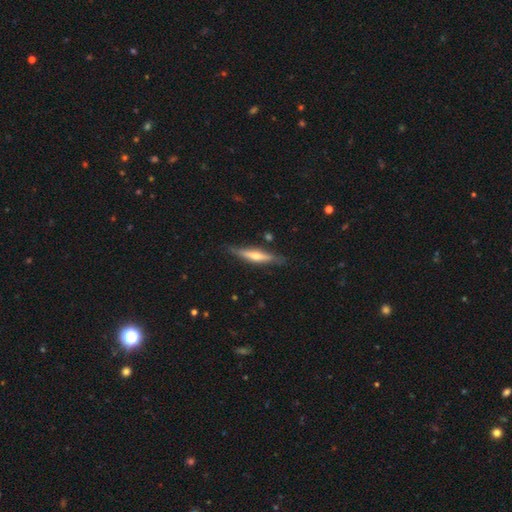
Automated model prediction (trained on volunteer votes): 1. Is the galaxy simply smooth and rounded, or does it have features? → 62% featured or disk, 32% smooth, 6% star or artifact.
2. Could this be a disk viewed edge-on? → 95% yes, 5% no.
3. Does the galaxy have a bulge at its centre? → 80% rounded, 12% none, 8% boxy.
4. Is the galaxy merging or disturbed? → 84% none, 12% minor disturbance, 2% major disturbance, 2% merger.